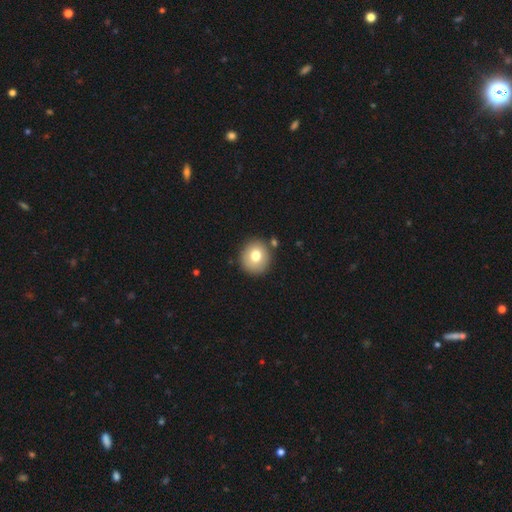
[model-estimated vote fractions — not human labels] smooth-or-featured: smooth: 75% | featured or disk: 15% | star or artifact: 10%
  how-rounded: round: 86% | in between: 13% | cigar-shaped: 1%
  merging: none: 84% | minor disturbance: 8% | merger: 5% | major disturbance: 3%